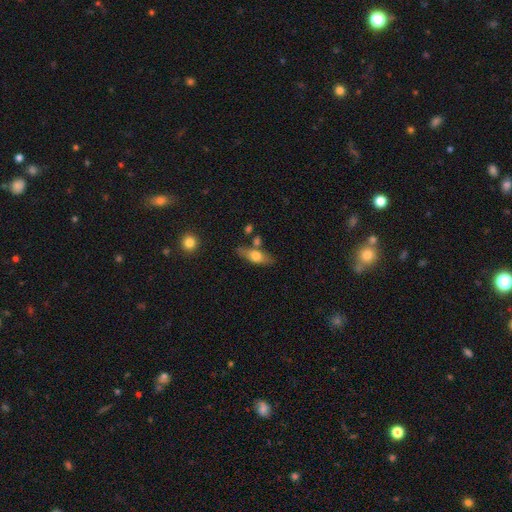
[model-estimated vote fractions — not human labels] Morphology: type=smooth (60%); roundness=in between (67%); merging=none (69%).